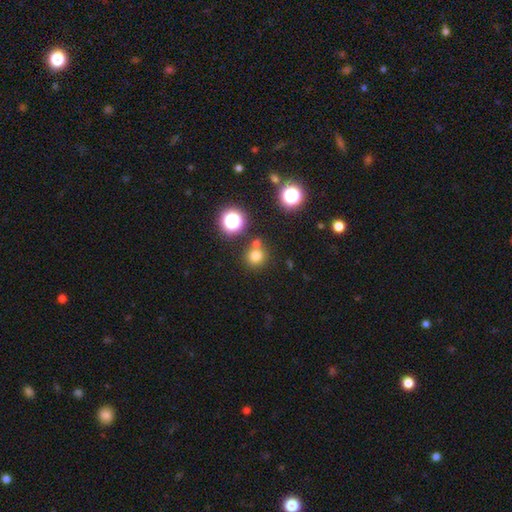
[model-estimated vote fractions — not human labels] A smooth galaxy with no disk features (74%) that is round (91%).

Vote fractions:
- Smooth or featured? smooth: 74% / star or artifact: 20% / featured or disk: 7%
- How rounded? round: 91% / in between: 8% / cigar-shaped: 1%
- Merging? none: 71% / merger: 17% / minor disturbance: 8% / major disturbance: 3%